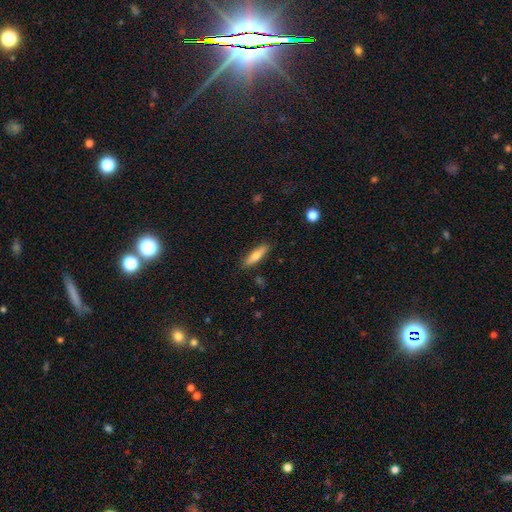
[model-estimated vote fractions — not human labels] Smooth or featured? Predicted: smooth (p=0.66). How rounded? Predicted: cigar-shaped (p=0.68). Merging? Predicted: none (p=0.87).